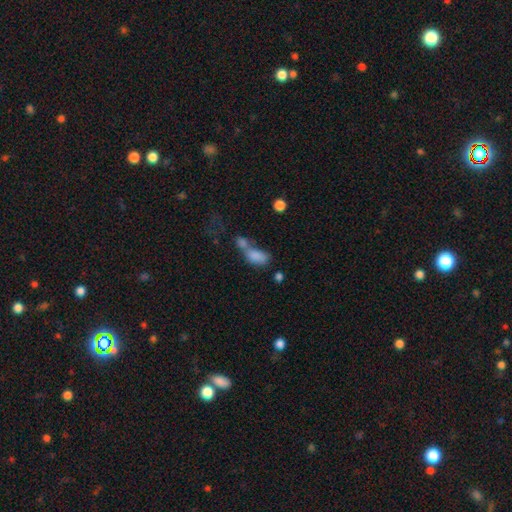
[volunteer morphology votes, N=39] Volunteers were most divided on "merging": merger: 74%, minor disturbance: 10%, major disturbance: 10%, none: 5%. More confident: smooth or featured — smooth (95%); how rounded — in between (95%).